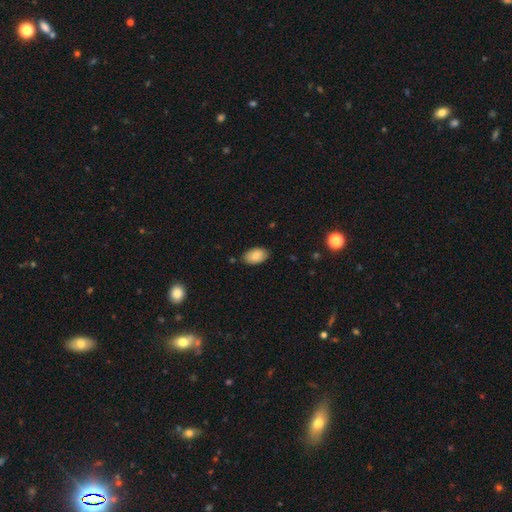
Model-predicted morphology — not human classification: Overall: smooth (86%). How rounded: in between (94%). Merging: none (83%).